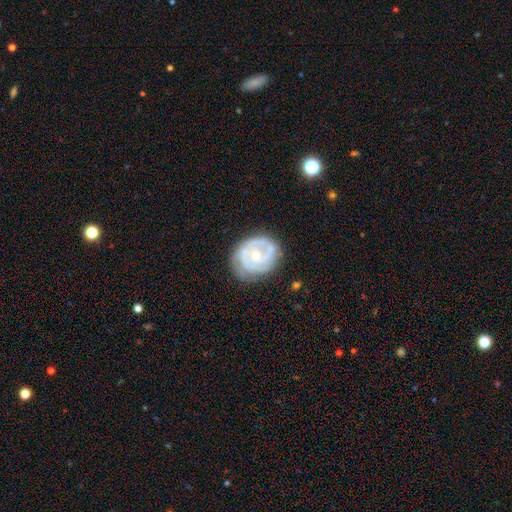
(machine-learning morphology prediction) type=featured or disk (79%); edge-on=no (98%); bar=no (74%); spiral arms=yes (86%); winding=tight (64%); arm count=2 (35%); bulge=small (57%); merging=none (66%).